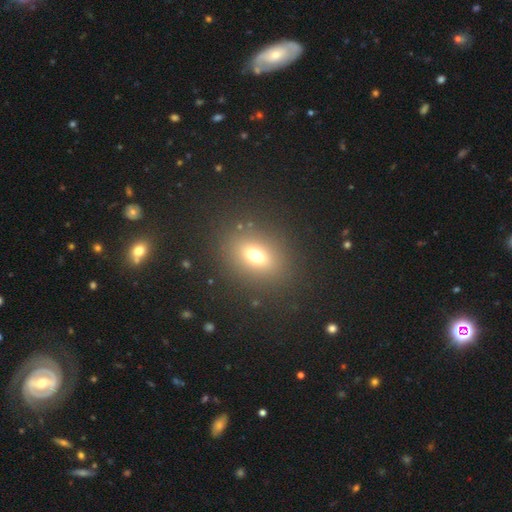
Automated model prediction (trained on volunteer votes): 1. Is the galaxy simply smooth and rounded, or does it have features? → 68% smooth, 18% star or artifact, 14% featured or disk.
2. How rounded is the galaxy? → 63% in between, 34% round, 3% cigar-shaped.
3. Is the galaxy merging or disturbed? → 85% none, 8% minor disturbance, 5% major disturbance, 2% merger.